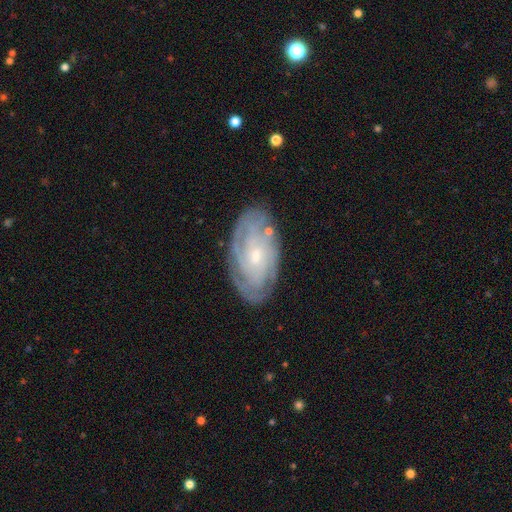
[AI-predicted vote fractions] featured or disk 78%, smooth 16%, star or artifact 6%. Down the decision tree: edge-on disk — no (94%); bar — no (73%); spiral arms — yes (90%); spiral arm count — can't tell (46%); spiral winding — tight (74%); bulge size — small (71%); merging — none (78%).